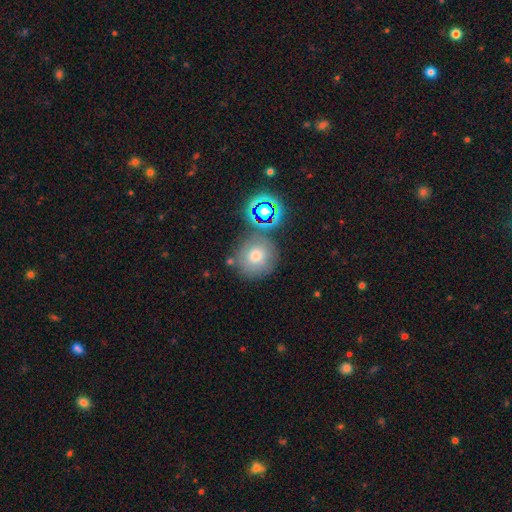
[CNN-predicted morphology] Q: Smooth or featured?
A: smooth (66%); runner-up: star or artifact (18%)
Q: How rounded?
A: round (91%); runner-up: in between (8%)
Q: Merging?
A: none (72%); runner-up: minor disturbance (12%)